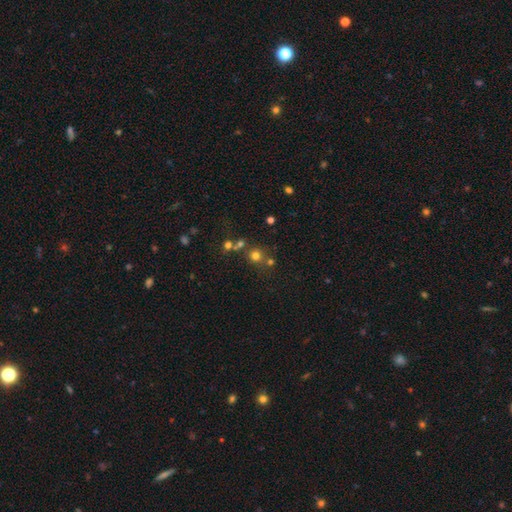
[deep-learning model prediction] Smooth or featured: smooth — 69% (star or artifact — 22%)
How rounded: round — 90% (in between — 9%)
Merging: none — 67% (merger — 21%)